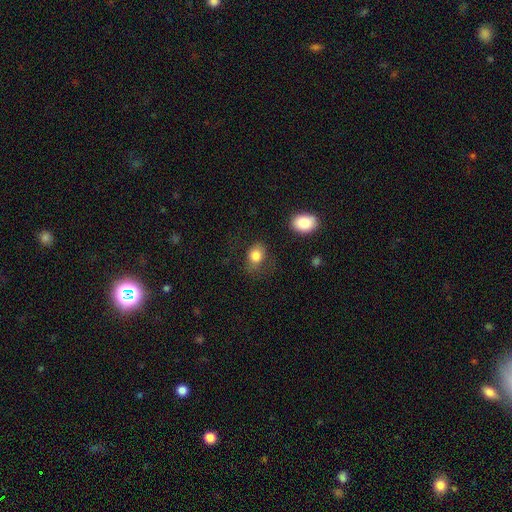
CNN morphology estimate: This appears to be a smooth galaxy with no disk features (82%) that is in between round and cigar-shaped (57%). Merging: none (62%).